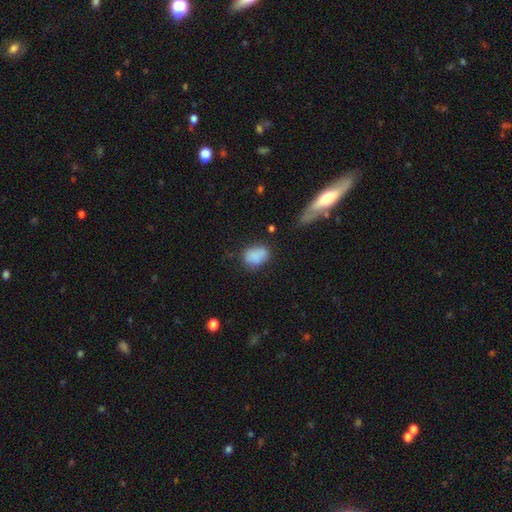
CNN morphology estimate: The model was most divided on "merging": none: 58%, minor disturbance: 26%, major disturbance: 9%, merger: 7%. More confident: smooth or featured — smooth (80%); how rounded — in between (75%).